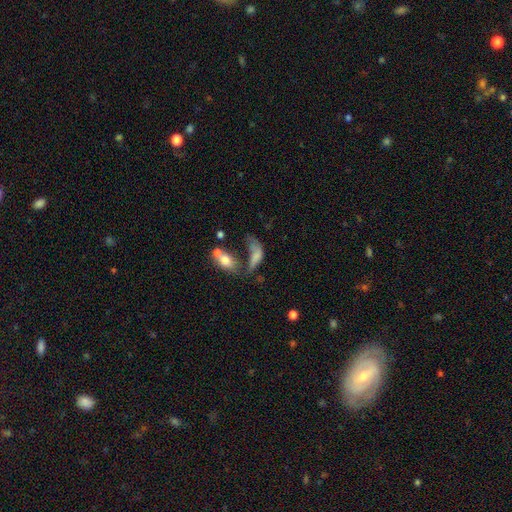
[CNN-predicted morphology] This is likely a smooth galaxy (62%). How rounded: likely in between (77%). Merging: marginally major disturbance (36%).